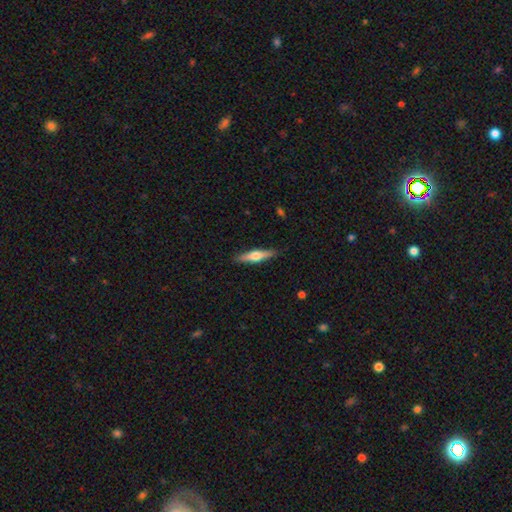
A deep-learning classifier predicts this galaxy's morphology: Smooth or featured? Predicted: featured or disk (p=0.54). Edge-on disk? Predicted: yes (p=0.95). Edge-on bulge? Predicted: rounded (p=0.92). Merging? Predicted: none (p=0.90).